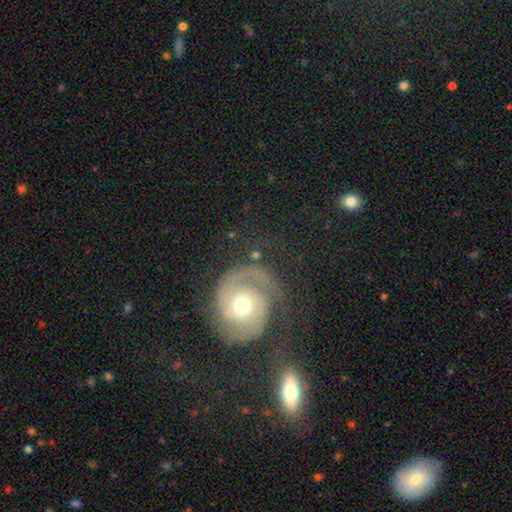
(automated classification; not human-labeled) Smooth or featured? featured or disk (80%)
Edge-on disk? no (98%)
Bar? no (66%)
Spiral arms? yes (95%)
Spiral winding? tight (47%)
Spiral arm count? 2 (84%)
Bulge size? moderate (75%)
Merging? none (70%)